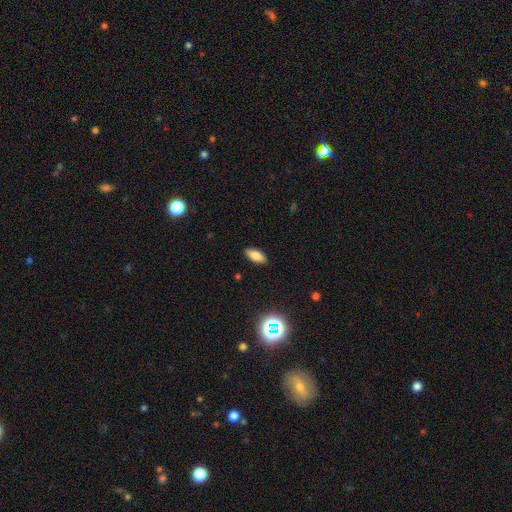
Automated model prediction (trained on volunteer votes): A smooth galaxy with no disk features (79%) that is in between round and cigar-shaped (83%).

Vote fractions:
- Smooth or featured? smooth: 79% / featured or disk: 11% / star or artifact: 11%
- How rounded? in between: 83% / cigar-shaped: 14% / round: 3%
- Merging? none: 88% / minor disturbance: 9% / major disturbance: 2% / merger: 1%